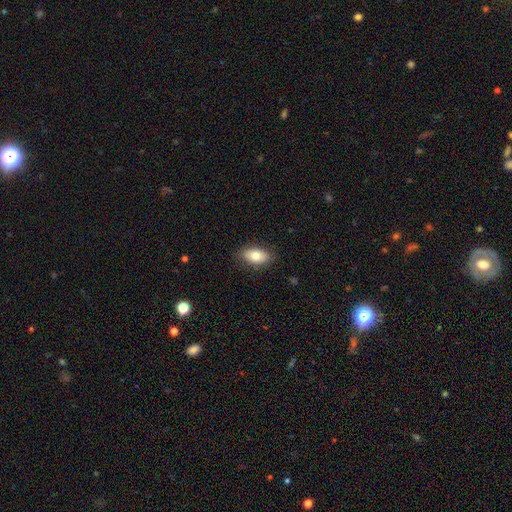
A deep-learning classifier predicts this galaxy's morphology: The model was most divided on "smooth or featured": smooth: 79%, featured or disk: 14%, star or artifact: 7%. More confident: how rounded — in between (91%); merging — none (86%).